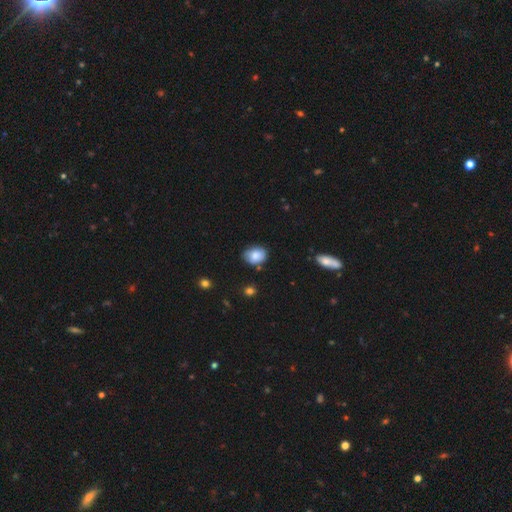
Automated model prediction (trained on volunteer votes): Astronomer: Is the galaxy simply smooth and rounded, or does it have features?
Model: smooth — 81%.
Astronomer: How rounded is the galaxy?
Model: in between — 64%.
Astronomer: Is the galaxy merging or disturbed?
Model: none — 71%.